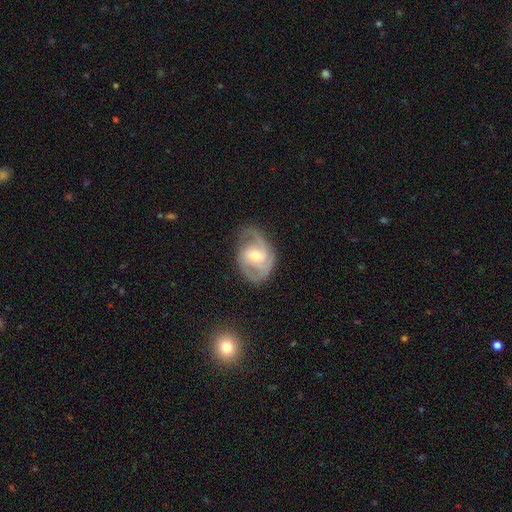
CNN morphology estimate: type=featured or disk (86%); edge-on=no (97%); bar=weak (44%); spiral arms=yes (96%); winding=medium (50%); arm count=2 (62%); bulge=moderate (59%); merging=none (72%).